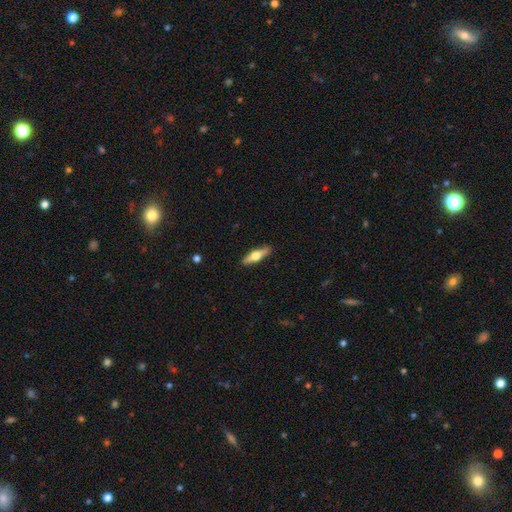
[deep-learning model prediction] This is possibly a featured or disk galaxy (48%). Merging: clearly none (90%).